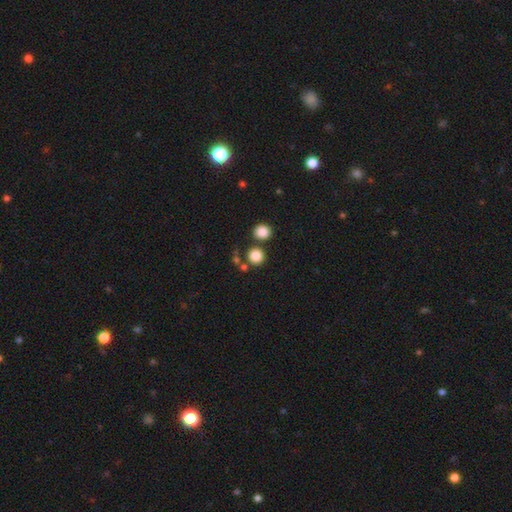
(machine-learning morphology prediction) Smooth or featured? smooth (84%)
How rounded? round (91%)
Merging? none (74%)